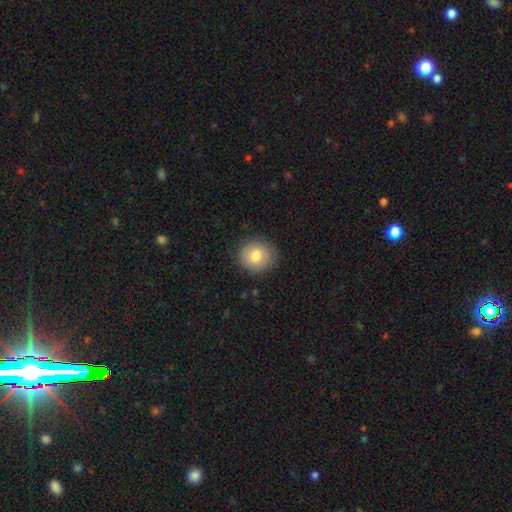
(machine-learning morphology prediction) This is likely a smooth galaxy (80%). How rounded: clearly round (89%). Merging: clearly none (88%).